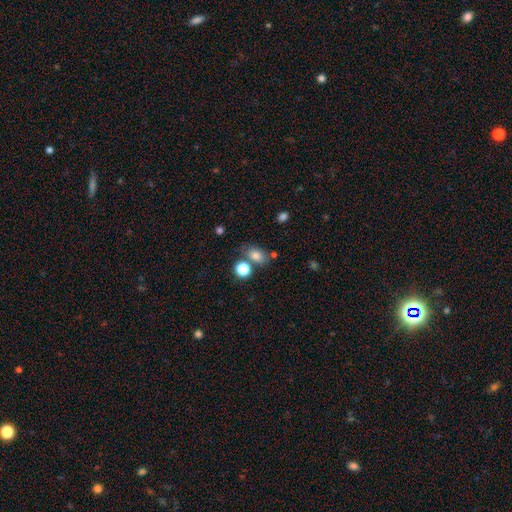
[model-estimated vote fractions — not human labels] This is likely a smooth galaxy (79%). How rounded: likely in between (74%). Merging: likely none (62%).